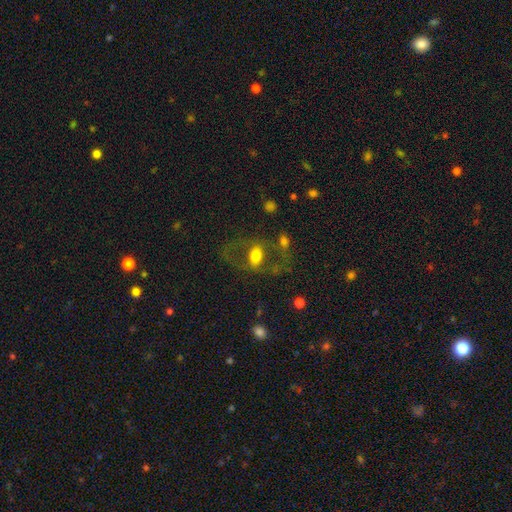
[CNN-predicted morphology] Overall: smooth (49%; featured or disk 41%). Merging: none (55%; major disturbance 22%).